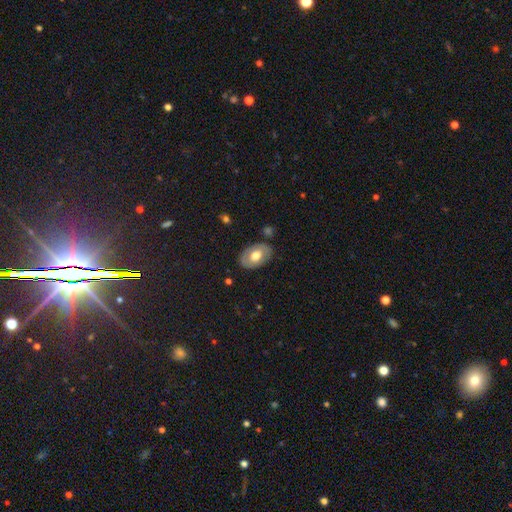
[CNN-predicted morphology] smooth 58%, featured or disk 36%, star or artifact 6%. Down the decision tree: how rounded — in between (85%); merging — none (82%).